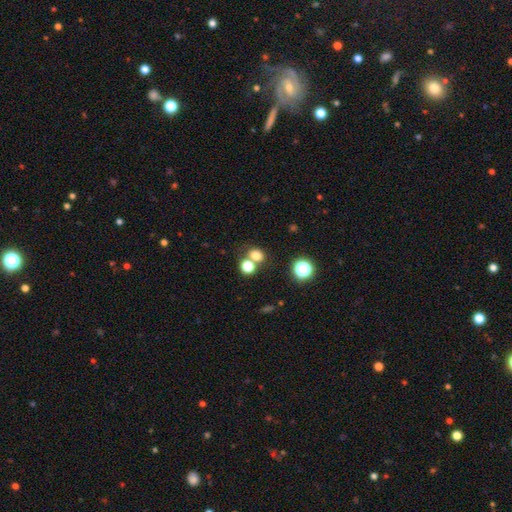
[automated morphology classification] Q: Smooth or featured?
A: smooth (75%); runner-up: star or artifact (18%)
Q: How rounded?
A: round (64%); runner-up: in between (35%)
Q: Merging?
A: none (57%); runner-up: merger (30%)